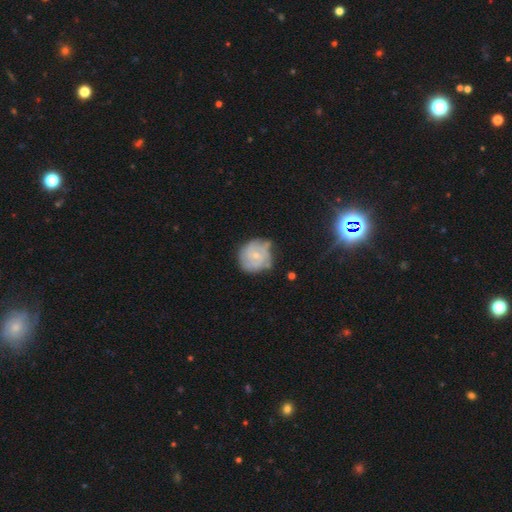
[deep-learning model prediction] Morphology: type=featured or disk (69%); edge-on=no (98%); bar=no (70%); spiral arms=yes (88%); winding=tight (62%); arm count=can't tell (32%); bulge=small (63%); merging=none (58%).